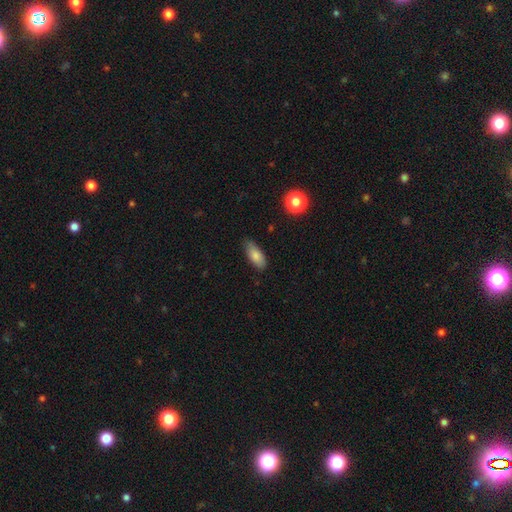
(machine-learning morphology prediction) A smooth galaxy with no disk features (82%) that is in between round and cigar-shaped (82%).

Vote fractions:
- Smooth or featured? smooth: 82% / featured or disk: 10% / star or artifact: 8%
- How rounded? in between: 82% / cigar-shaped: 16% / round: 3%
- Merging? none: 78% / minor disturbance: 18% / major disturbance: 3% / merger: 1%